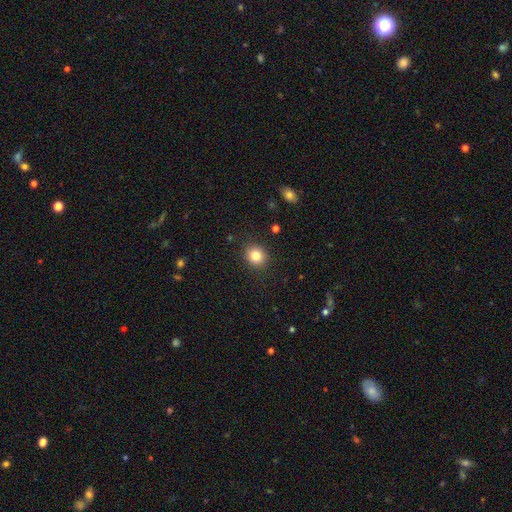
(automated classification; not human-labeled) Smooth or featured? smooth (83%)
How rounded? round (77%)
Merging? none (89%)